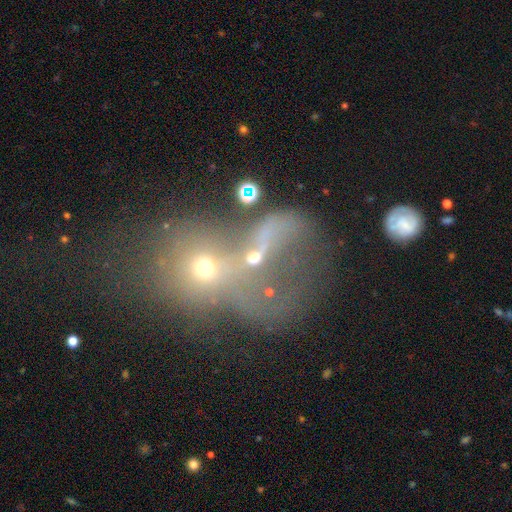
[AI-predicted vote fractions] featured or disk 39%, smooth 38%, star or artifact 23%. Down the decision tree: merging — merger (74%).